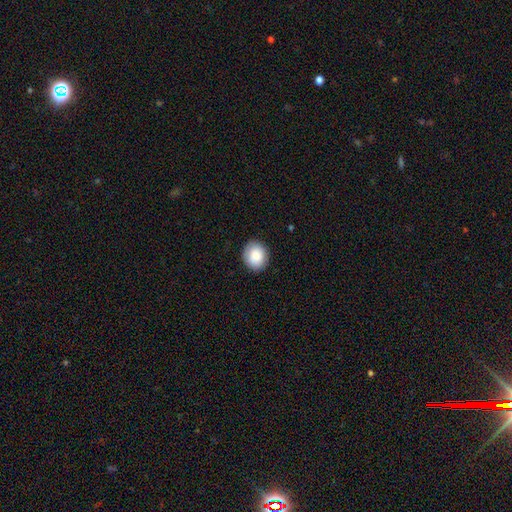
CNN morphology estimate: This is clearly a smooth galaxy (86%). How rounded: likely round (70%). Merging: clearly none (88%).